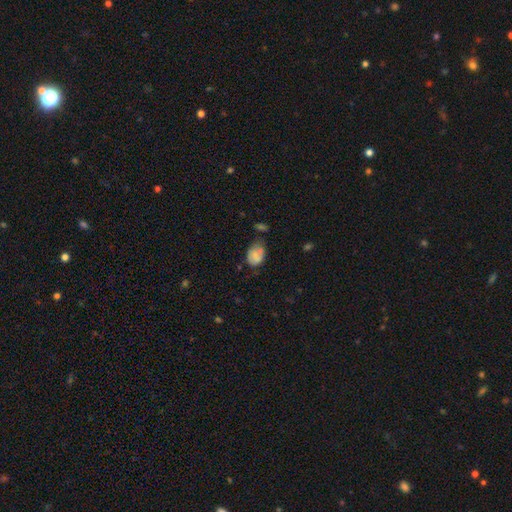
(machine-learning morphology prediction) A smooth galaxy with no disk features (72%) that is in between round and cigar-shaped (73%).

Vote fractions:
- Smooth or featured? smooth: 72% / featured or disk: 19% / star or artifact: 10%
- How rounded? in between: 73% / round: 26% / cigar-shaped: 1%
- Merging? none: 48% / minor disturbance: 32% / major disturbance: 11% / merger: 8%